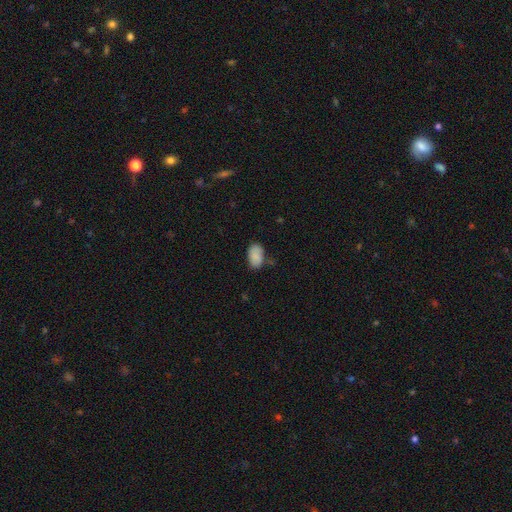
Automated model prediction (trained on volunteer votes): The model was most divided on "merging": none: 72%, minor disturbance: 20%, major disturbance: 4%, merger: 4%. More confident: how rounded — in between (92%); smooth or featured — smooth (87%).